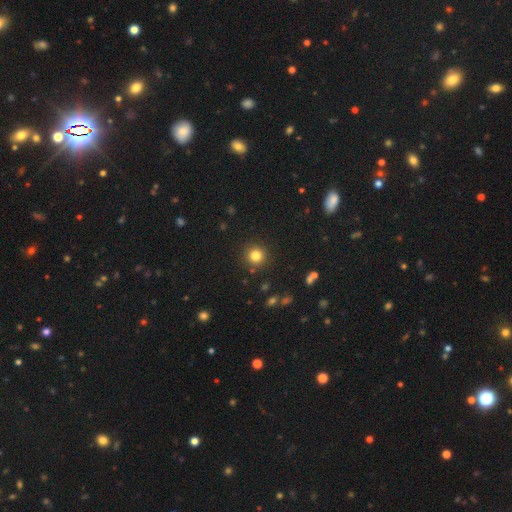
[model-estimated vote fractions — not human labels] Smooth or featured?
  - smooth: 82% *
  - star or artifact: 12%
  - featured or disk: 6%
How rounded?
  - round: 94% *
  - in between: 5%
  - cigar-shaped: 1%
Merging?
  - none: 90% *
  - minor disturbance: 6%
  - major disturbance: 2%
  - merger: 2%